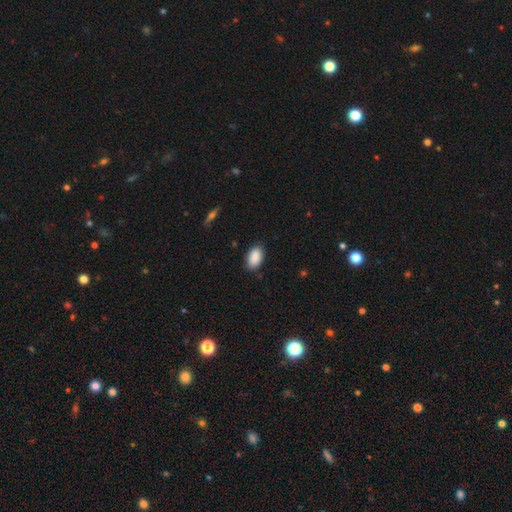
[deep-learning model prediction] This appears to be a smooth galaxy with no disk features (90%) that is in between round and cigar-shaped (92%). Merging: none (84%).